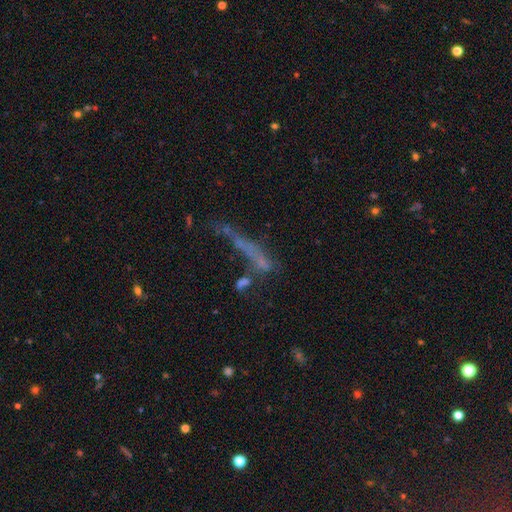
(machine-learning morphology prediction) This is marginally a smooth galaxy (39%). Merging: marginally none (32%).